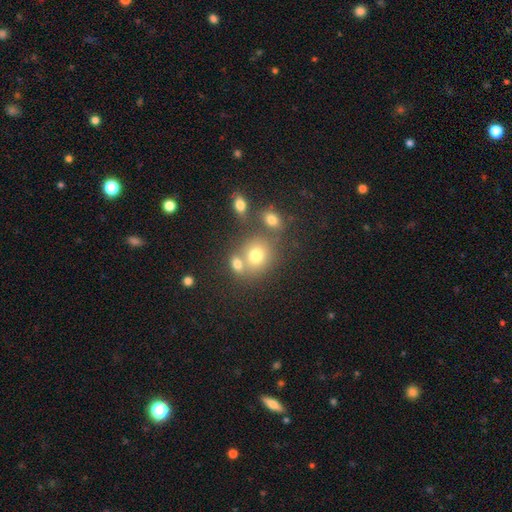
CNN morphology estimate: type=smooth (73%); roundness=round (70%); merging=none (49%).